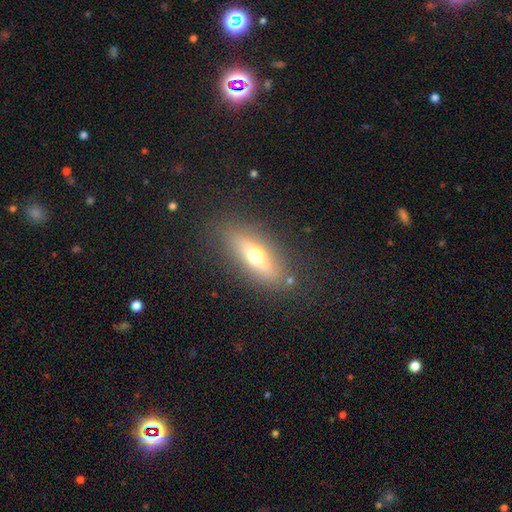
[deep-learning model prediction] This appears to be a smooth galaxy with no disk features (49%). Merging: none (84%).